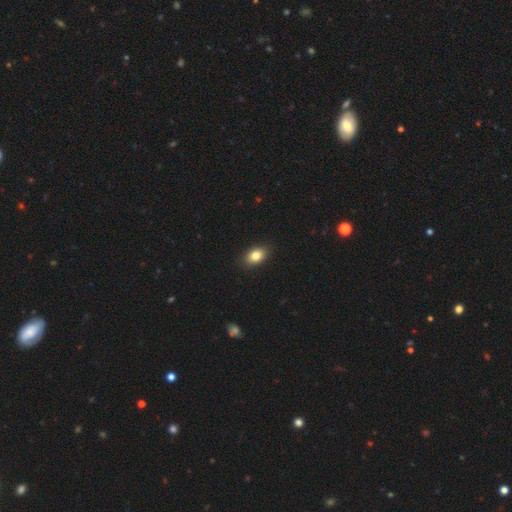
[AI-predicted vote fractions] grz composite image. It shows a smooth galaxy with no disk features (83%) that is in between round and cigar-shaped (85%). Merging: none (89%).